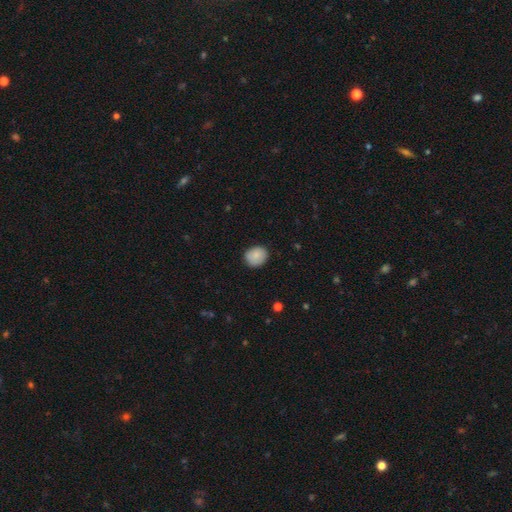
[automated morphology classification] Smooth or featured? Predicted: smooth (p=0.86). How rounded? Predicted: round (p=0.67). Merging? Predicted: none (p=0.85).